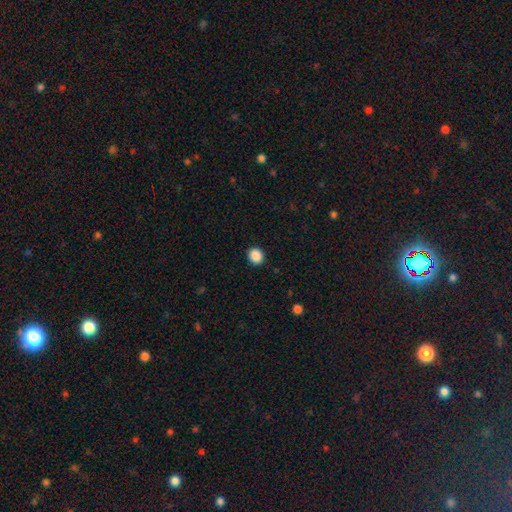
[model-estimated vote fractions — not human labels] The model was most divided on "how rounded": round: 75%, in between: 24%, cigar-shaped: 1%. More confident: merging — none (92%); smooth or featured — smooth (88%).